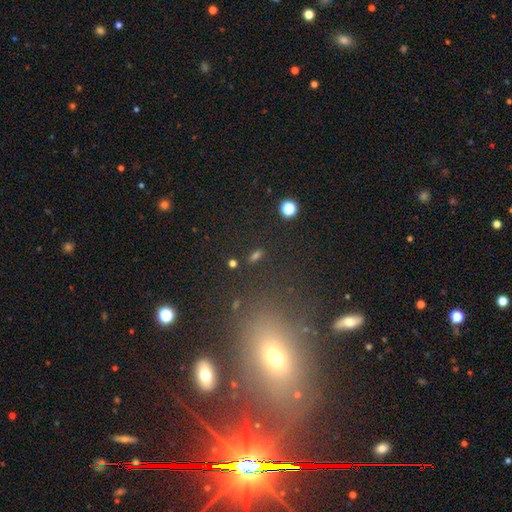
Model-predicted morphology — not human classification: Smooth or featured? smooth (64%)
How rounded? in between (71%)
Merging? none (82%)